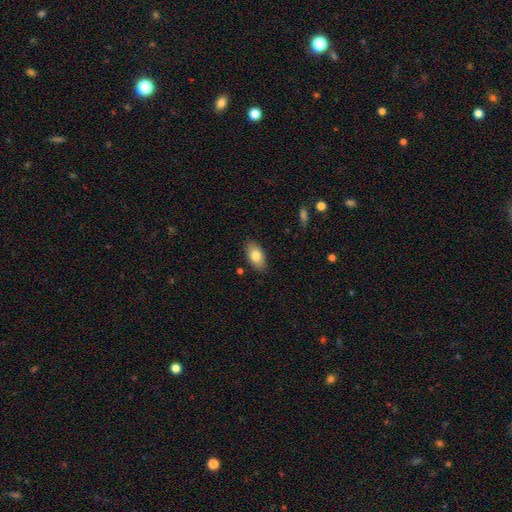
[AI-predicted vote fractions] Smooth or featured?
  - smooth: 79% *
  - featured or disk: 15%
  - star or artifact: 7%
How rounded?
  - in between: 92% *
  - round: 5%
  - cigar-shaped: 2%
Merging?
  - none: 86% *
  - minor disturbance: 10%
  - major disturbance: 2%
  - merger: 1%